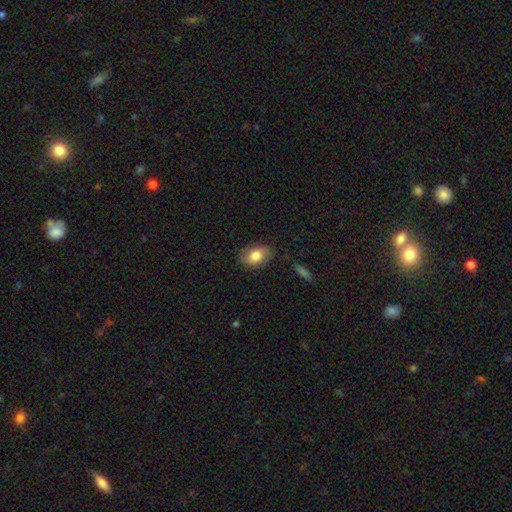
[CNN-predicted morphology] smooth_or_featured: smooth (p=0.79) [alt: featured or disk p=0.14]
how_rounded: in between (p=0.85) [alt: round p=0.13]
merging: none (p=0.81) [alt: minor disturbance p=0.15]